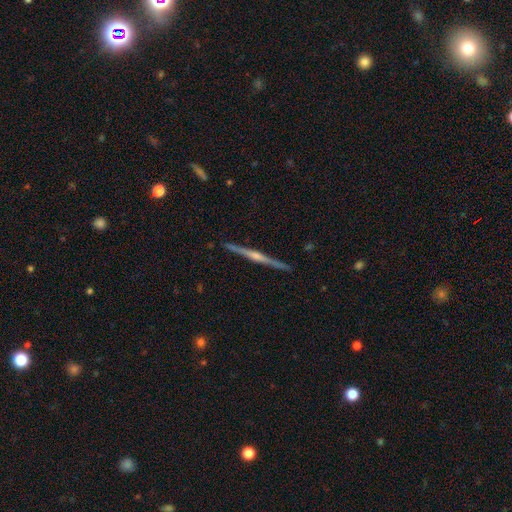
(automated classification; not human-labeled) The model was most divided on "edge-on bulge": rounded: 80%, none: 12%, boxy: 8%. More confident: edge-on disk — yes (98%); merging — none (91%); smooth or featured — featured or disk (81%).